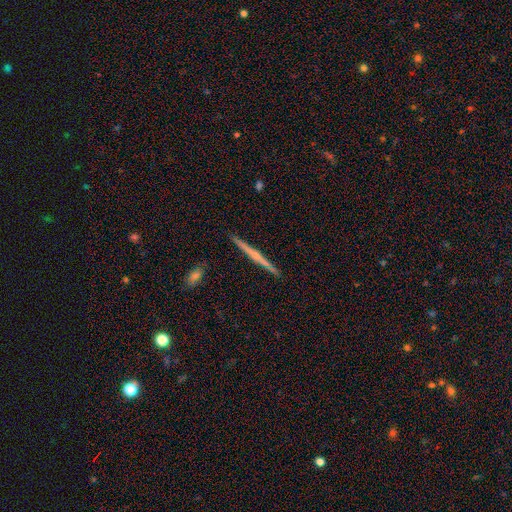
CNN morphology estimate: type=featured or disk (65%); edge-on=yes (98%); edge-on bulge=none (48%); merging=none (92%).